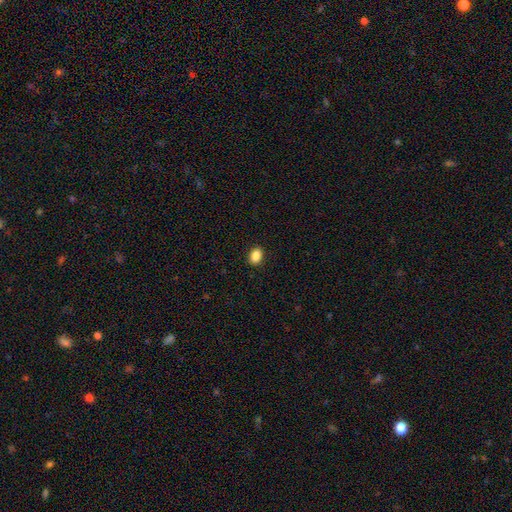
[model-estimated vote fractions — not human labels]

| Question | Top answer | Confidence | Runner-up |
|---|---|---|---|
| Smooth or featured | smooth | 88% | star or artifact (9%) |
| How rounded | in between | 77% | round (22%) |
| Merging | none | 90% | minor disturbance (7%) |